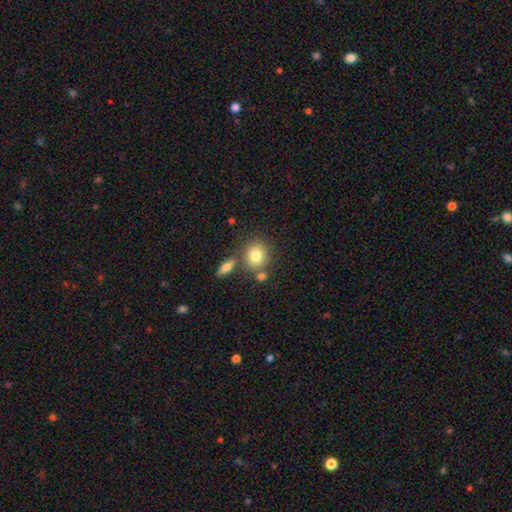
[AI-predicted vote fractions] smooth-or-featured: smooth: 80% | featured or disk: 11% | star or artifact: 9%
  how-rounded: round: 73% | in between: 25% | cigar-shaped: 2%
  merging: none: 68% | merger: 18% | minor disturbance: 10% | major disturbance: 3%